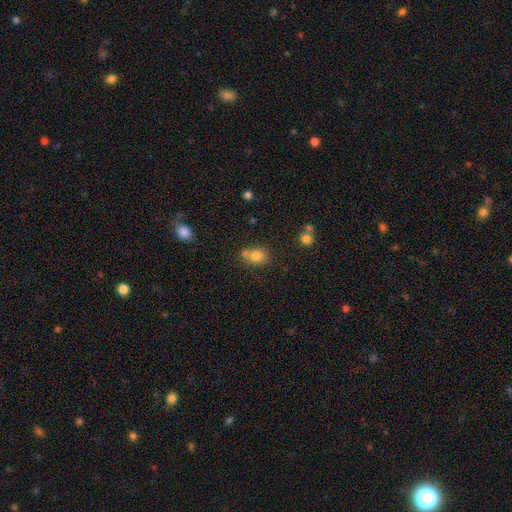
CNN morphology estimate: Smooth or featured?
  - smooth: 78% *
  - star or artifact: 12%
  - featured or disk: 10%
How rounded?
  - round: 52% *
  - in between: 47%
  - cigar-shaped: 1%
Merging?
  - none: 55% *
  - merger: 22%
  - minor disturbance: 17%
  - major disturbance: 5%